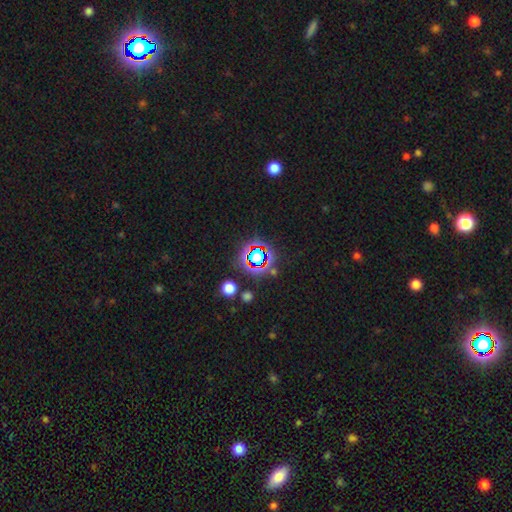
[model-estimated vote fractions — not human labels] A star or artifact, not a galaxy (68%).

Vote fractions:
- Smooth or featured? star or artifact: 68% / smooth: 21% / featured or disk: 11%